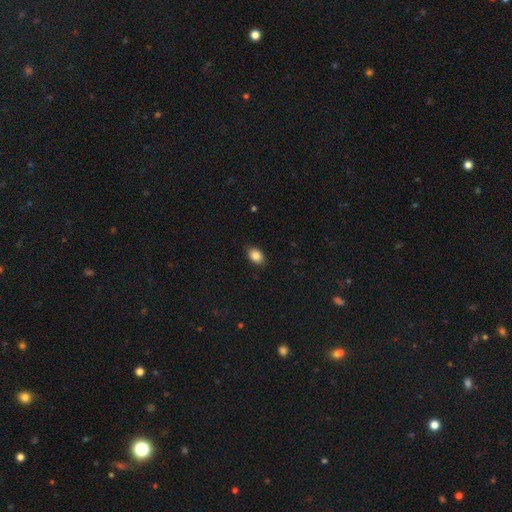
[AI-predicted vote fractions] Smooth or featured? Predicted: smooth (p=0.86). How rounded? Predicted: in between (p=0.82). Merging? Predicted: none (p=0.88).